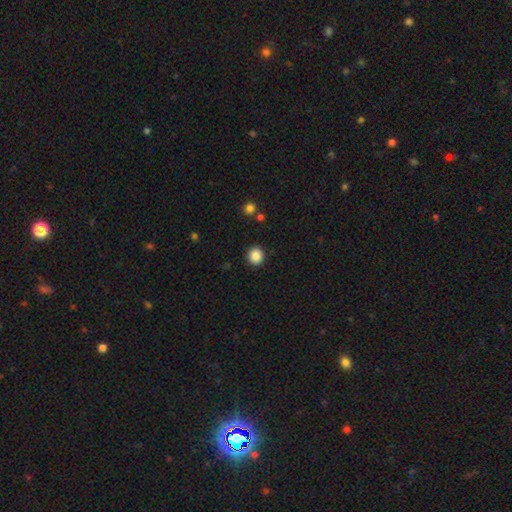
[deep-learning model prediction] The model was most divided on "smooth or featured": smooth: 88%, star or artifact: 10%, featured or disk: 3%. More confident: merging — none (91%); how rounded — round (91%).